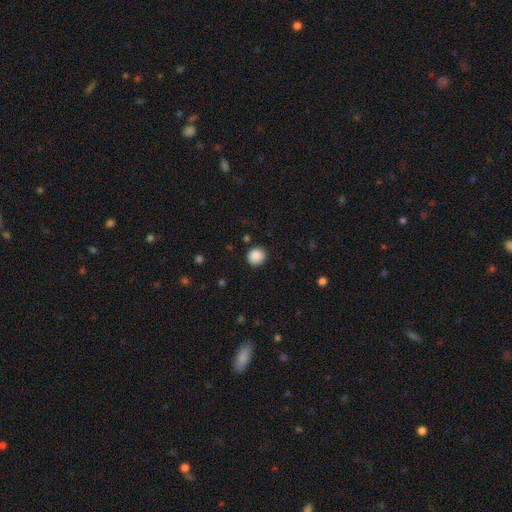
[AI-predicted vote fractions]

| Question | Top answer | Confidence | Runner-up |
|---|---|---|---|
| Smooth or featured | smooth | 89% | star or artifact (9%) |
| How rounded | round | 90% | in between (9%) |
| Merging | none | 89% | minor disturbance (7%) |